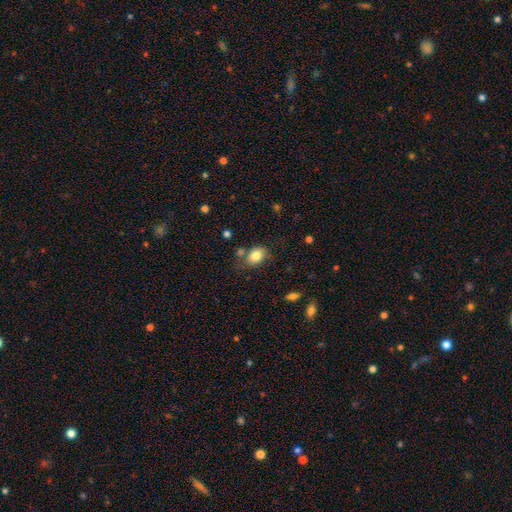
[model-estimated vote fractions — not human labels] Smooth or featured? smooth (82%)
How rounded? in between (68%)
Merging? none (66%)